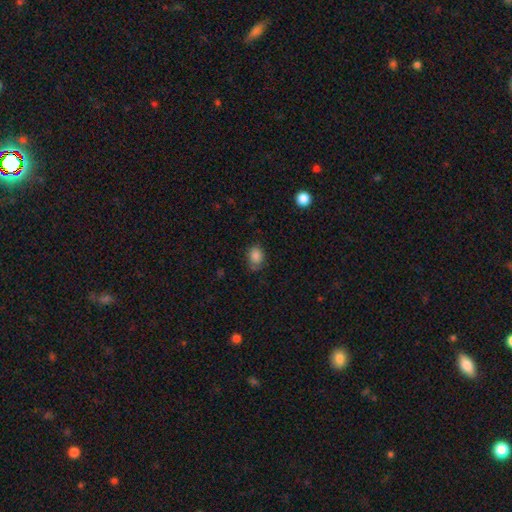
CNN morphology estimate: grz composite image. It shows a smooth galaxy with no disk features (85%) that is in between round and cigar-shaped (57%). Merging: none (67%).